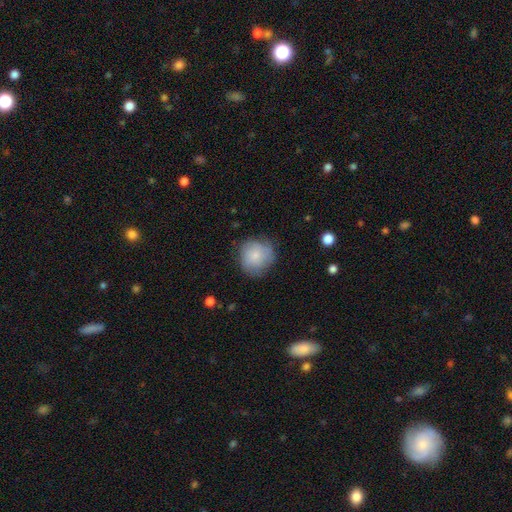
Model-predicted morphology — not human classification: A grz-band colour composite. It shows a smooth galaxy with no disk features (75%) that is round (89%). Merging: none (70%).